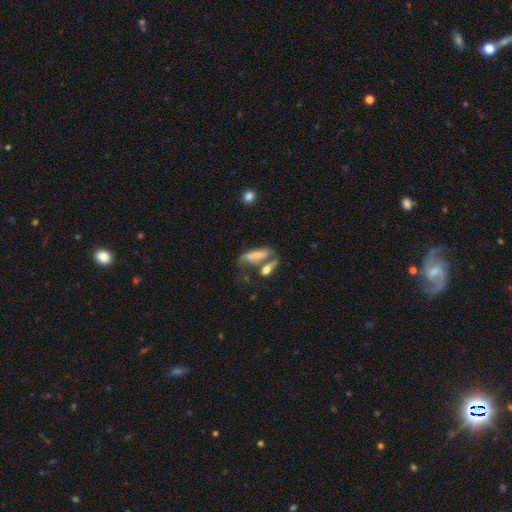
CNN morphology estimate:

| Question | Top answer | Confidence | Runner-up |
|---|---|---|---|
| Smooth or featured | smooth | 55% | featured or disk (35%) |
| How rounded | in between | 55% | cigar-shaped (41%) |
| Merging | merger | 41% | none (29%) |